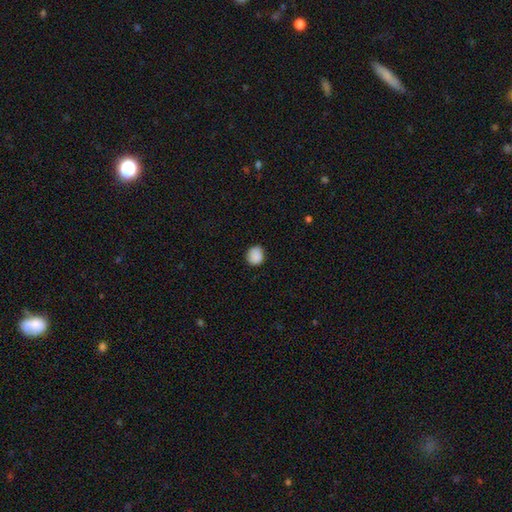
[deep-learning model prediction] smooth_or_featured: smooth (p=0.89) [alt: star or artifact p=0.08]
how_rounded: round (p=0.80) [alt: in between p=0.19]
merging: none (p=0.85) [alt: minor disturbance p=0.12]